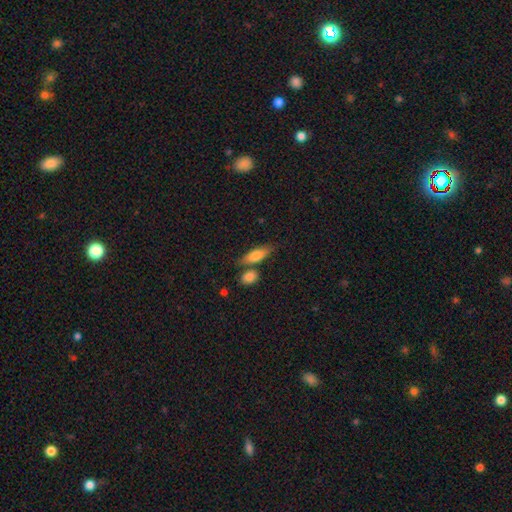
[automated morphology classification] Smooth or featured: smooth — 73% (featured or disk — 21%)
How rounded: in between — 56% (cigar-shaped — 40%)
Merging: none — 64% (merger — 19%)